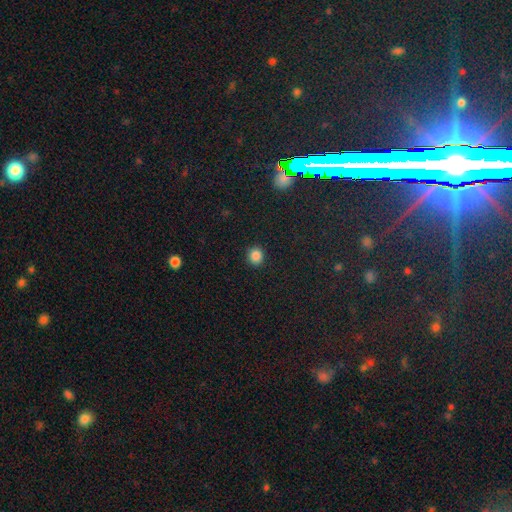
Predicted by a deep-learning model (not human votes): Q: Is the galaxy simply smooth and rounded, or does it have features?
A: smooth — 86%.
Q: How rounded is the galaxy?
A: round — 87%.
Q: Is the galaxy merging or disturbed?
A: none — 91%.